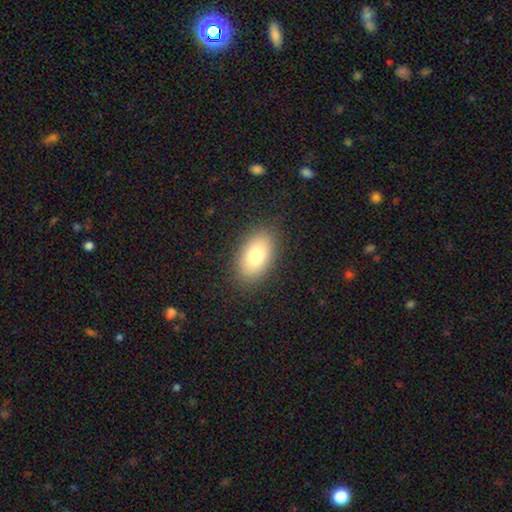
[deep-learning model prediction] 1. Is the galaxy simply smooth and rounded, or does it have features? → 79% smooth, 13% featured or disk, 8% star or artifact.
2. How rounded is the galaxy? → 93% in between, 6% round, 2% cigar-shaped.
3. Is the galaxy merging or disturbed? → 87% none, 9% minor disturbance, 3% major disturbance, 1% merger.